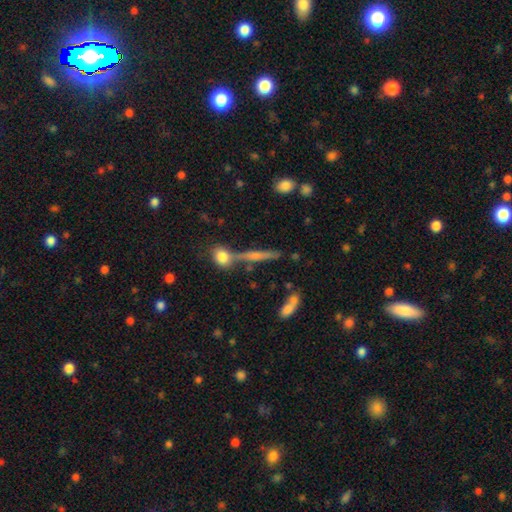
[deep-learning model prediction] smooth-or-featured: featured or disk: 46% | smooth: 44% | star or artifact: 10%
  merging: none: 66% | merger: 18% | minor disturbance: 11% | major disturbance: 4%